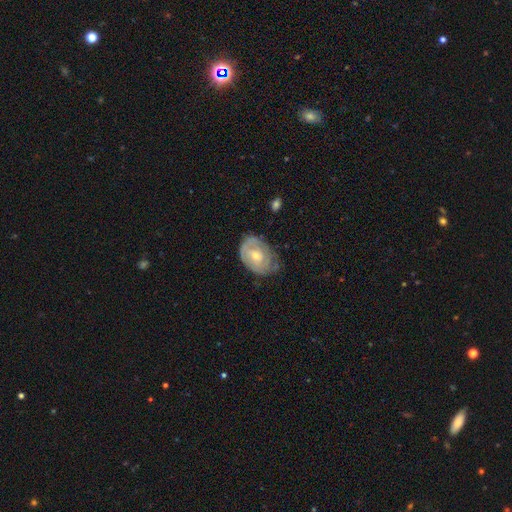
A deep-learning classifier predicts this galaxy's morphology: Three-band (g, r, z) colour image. It shows a featured or disk galaxy (61%) with no bar (75%), spiral arms (63%) and a moderate central bulge (59%). Merging: none (57%).